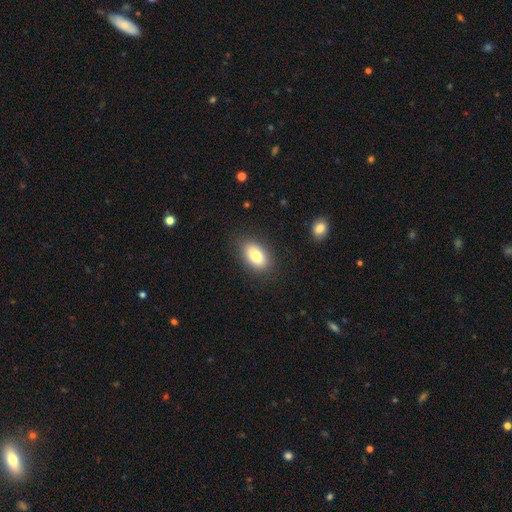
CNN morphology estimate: This is likely a smooth galaxy (79%). How rounded: clearly in between (89%). Merging: clearly none (85%).